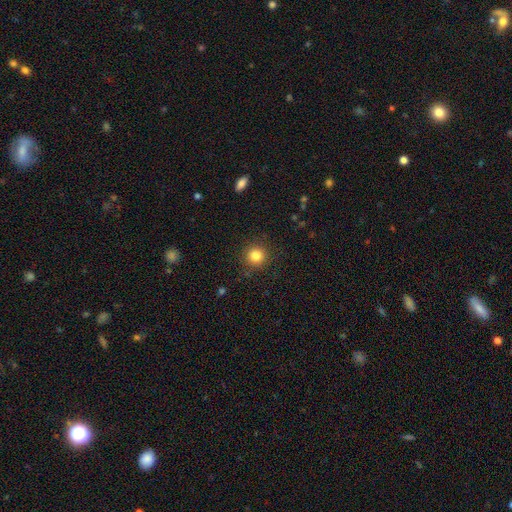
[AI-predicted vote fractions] Smooth or featured: smooth — 83% (star or artifact — 11%)
How rounded: round — 94% (in between — 5%)
Merging: none — 89% (minor disturbance — 7%)